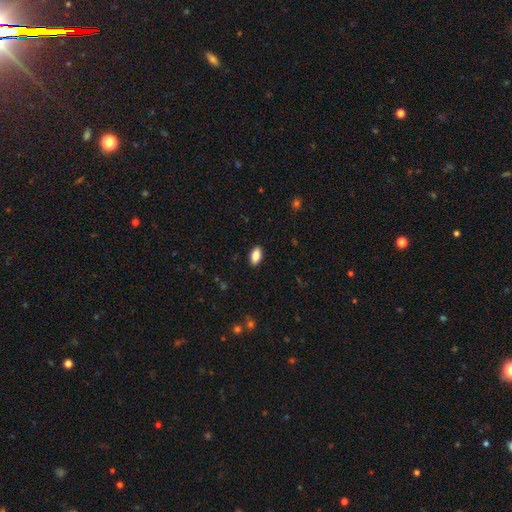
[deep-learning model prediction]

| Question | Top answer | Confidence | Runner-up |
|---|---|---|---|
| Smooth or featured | smooth | 84% | featured or disk (8%) |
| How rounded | in between | 91% | cigar-shaped (6%) |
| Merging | none | 89% | minor disturbance (8%) |